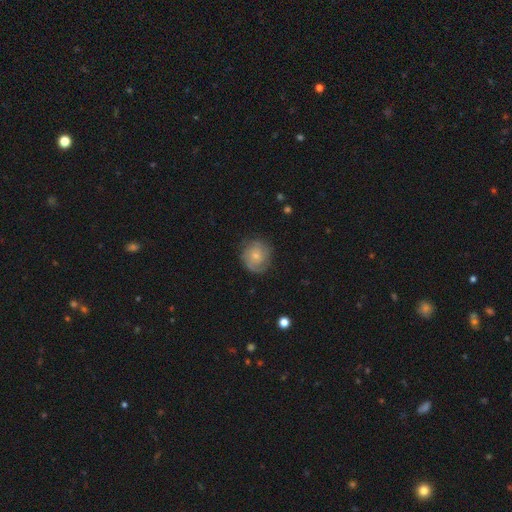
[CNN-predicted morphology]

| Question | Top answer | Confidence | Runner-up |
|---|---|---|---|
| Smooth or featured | featured or disk | 55% | smooth (38%) |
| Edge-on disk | no | 97% | yes (3%) |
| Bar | no | 77% | weak (20%) |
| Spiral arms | yes | 85% | no (15%) |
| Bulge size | small | 67% | moderate (27%) |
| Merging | none | 75% | minor disturbance (18%) |